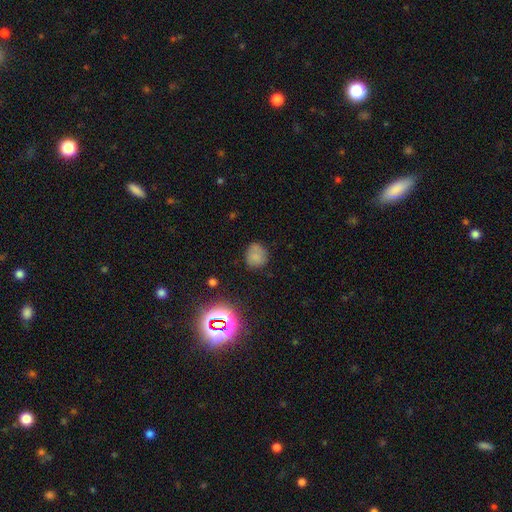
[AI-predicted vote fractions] This appears to be a smooth galaxy with no disk features (72%) that is round (82%). Merging: none (73%).